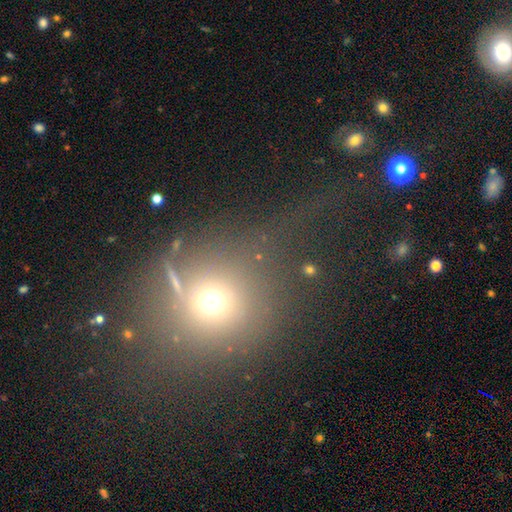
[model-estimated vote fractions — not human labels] Morphology: type=smooth (51%); roundness=round (81%); merging=none (51%).